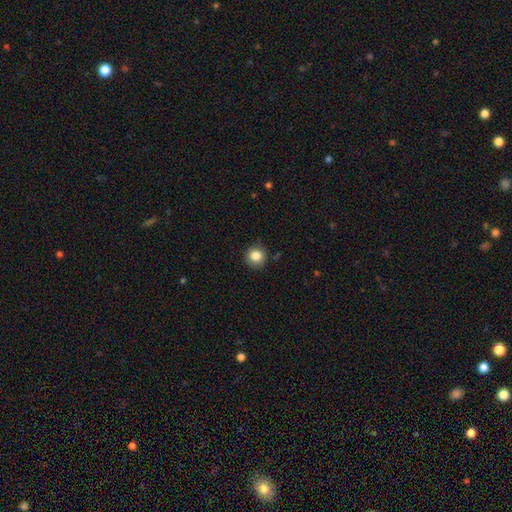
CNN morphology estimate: A smooth galaxy with no disk features (84%) that is round (91%). Merging: none (85%).